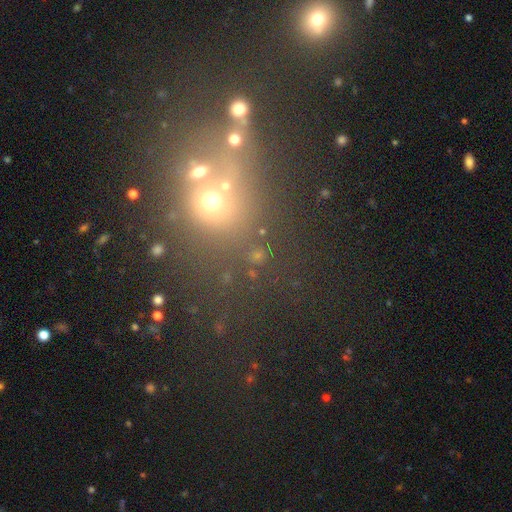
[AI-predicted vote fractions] Smooth or featured? Predicted: smooth (p=0.51). How rounded? Predicted: round (p=0.77). Merging? Predicted: none (p=0.67).